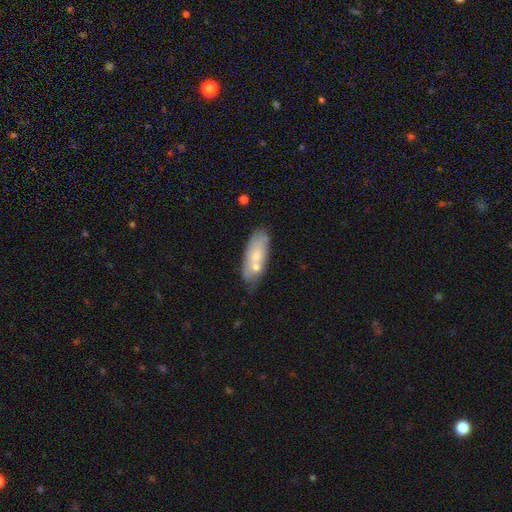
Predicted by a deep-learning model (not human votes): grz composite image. It shows a smooth galaxy with no disk features (62%) that is in between round and cigar-shaped (75%). Merging: none (50%).